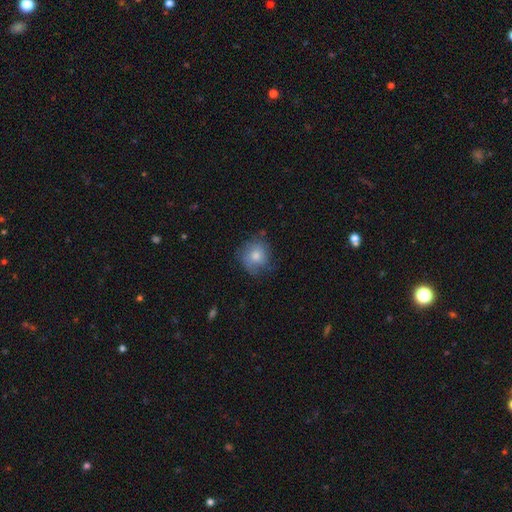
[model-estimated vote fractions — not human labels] Smooth or featured?
  - smooth: 72% *
  - featured or disk: 19%
  - star or artifact: 9%
How rounded?
  - round: 82% *
  - in between: 17%
  - cigar-shaped: 1%
Merging?
  - none: 64% *
  - minor disturbance: 25%
  - major disturbance: 9%
  - merger: 2%